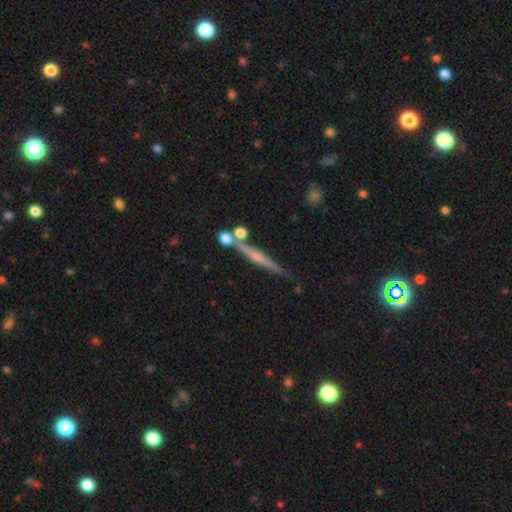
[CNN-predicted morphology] Smooth or featured? featured or disk (68%)
Edge-on disk? yes (97%)
Edge-on bulge? rounded (56%)
Merging? none (80%)